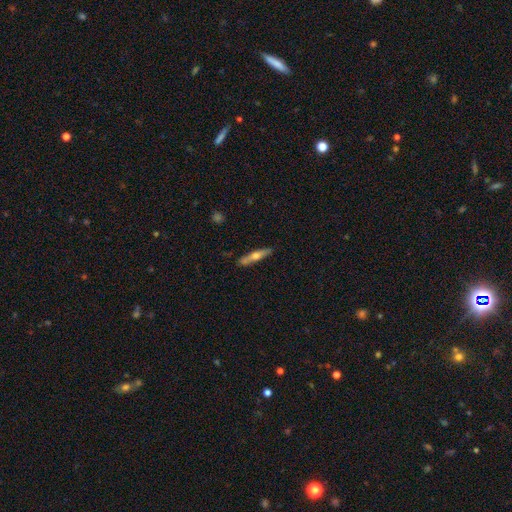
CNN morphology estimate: Smooth or featured: featured or disk — 49% (smooth — 44%)
Merging: none — 85% (minor disturbance — 11%)